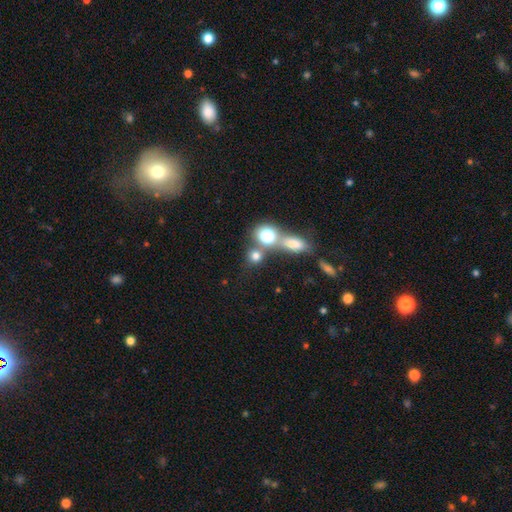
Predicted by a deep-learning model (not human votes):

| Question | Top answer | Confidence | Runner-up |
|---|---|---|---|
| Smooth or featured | smooth | 76% | star or artifact (14%) |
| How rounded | round | 79% | in between (19%) |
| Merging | none | 48% | merger (39%) |